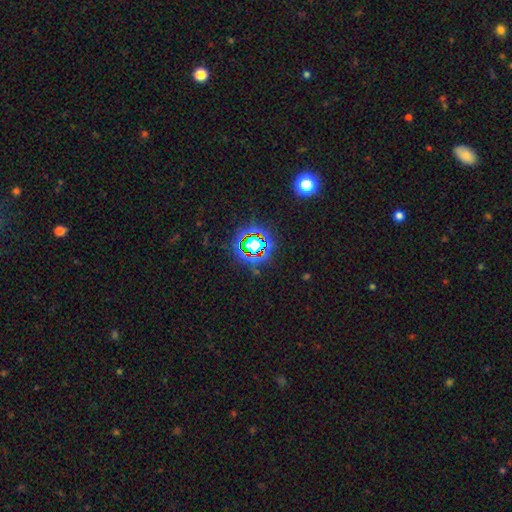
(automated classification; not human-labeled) Q: Smooth or featured?
A: star or artifact (78%); runner-up: smooth (13%)